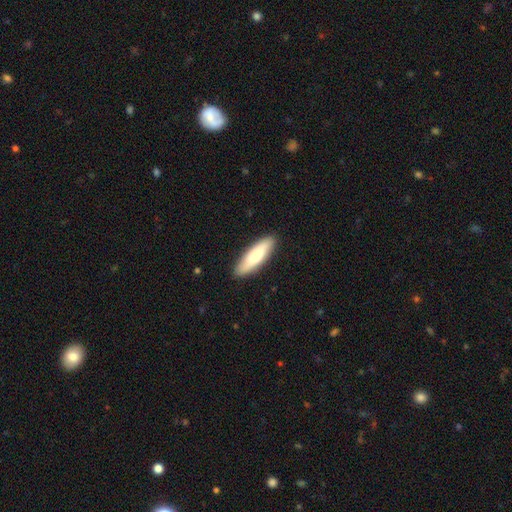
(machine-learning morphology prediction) smooth 76%, featured or disk 19%, star or artifact 5%. Down the decision tree: how rounded — cigar-shaped (61%); merging — none (89%).